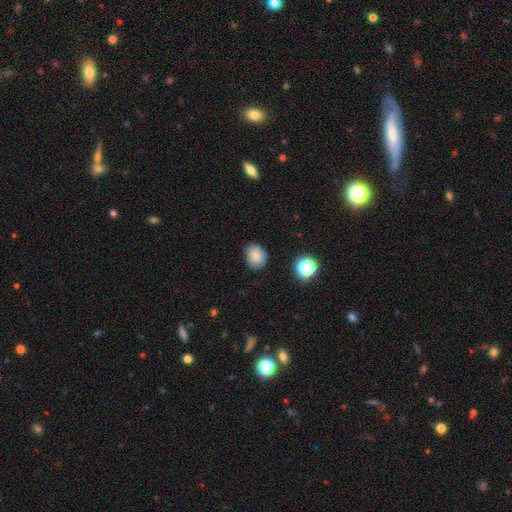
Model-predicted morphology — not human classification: The model was most divided on "how rounded": round: 57%, in between: 42%, cigar-shaped: 1%. More confident: merging — none (78%); smooth or featured — smooth (78%).